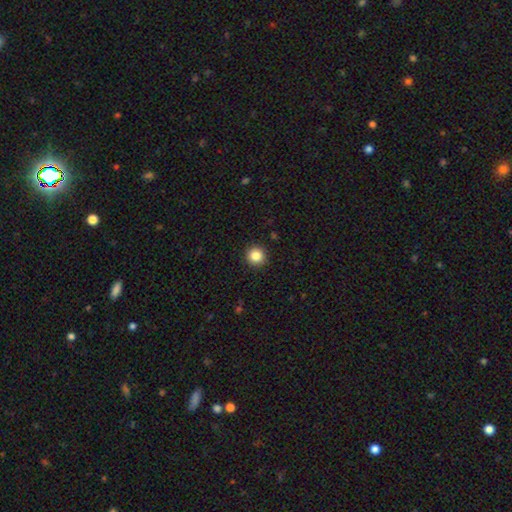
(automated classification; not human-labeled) Smooth or featured? Predicted: smooth (p=0.85). How rounded? Predicted: round (p=0.95). Merging? Predicted: none (p=0.93).